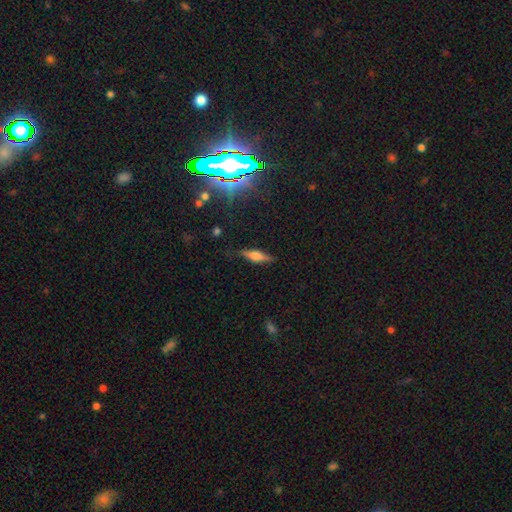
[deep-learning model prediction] Smooth or featured? featured or disk (50%)
Edge-on disk? yes (94%)
Merging? none (83%)